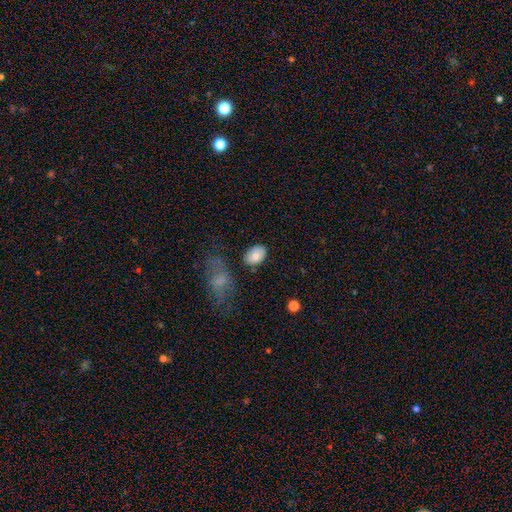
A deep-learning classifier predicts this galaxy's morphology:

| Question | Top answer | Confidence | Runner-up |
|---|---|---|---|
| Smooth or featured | smooth | 83% | featured or disk (10%) |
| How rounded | in between | 85% | round (14%) |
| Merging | none | 76% | minor disturbance (15%) |